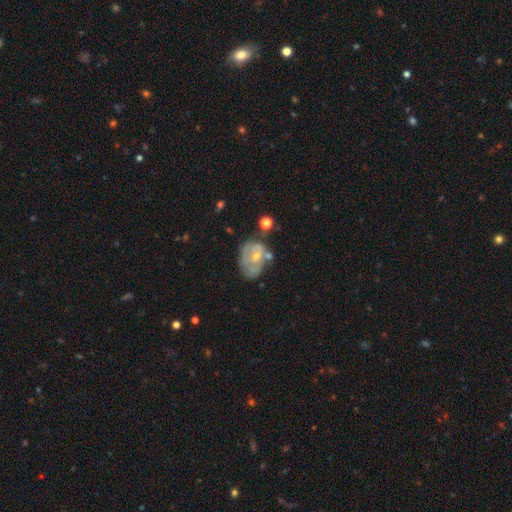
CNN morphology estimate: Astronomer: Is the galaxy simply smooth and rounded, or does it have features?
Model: featured or disk — 61%.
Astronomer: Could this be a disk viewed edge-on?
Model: no — 97%.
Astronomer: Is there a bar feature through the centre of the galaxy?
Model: no — 74%.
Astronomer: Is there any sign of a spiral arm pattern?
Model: yes — 54% (runner-up: no, 46%).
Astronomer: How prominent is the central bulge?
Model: small — 61%.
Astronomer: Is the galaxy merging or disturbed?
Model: none — 36% (runner-up: minor disturbance, 28%).